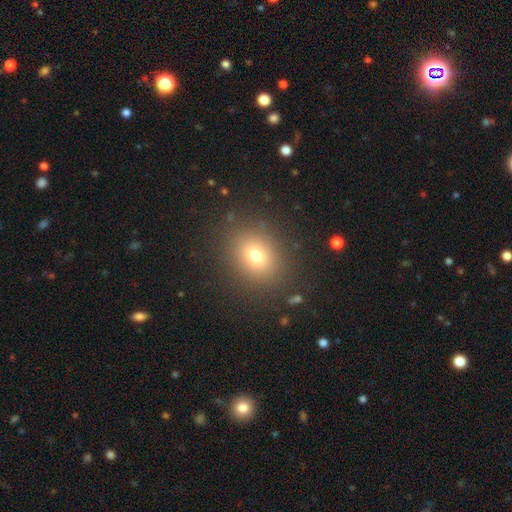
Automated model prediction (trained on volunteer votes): Morphology: type=smooth (73%); roundness=round (58%); merging=none (87%).